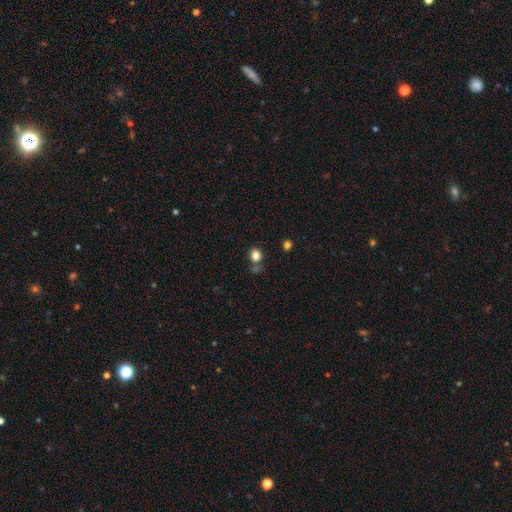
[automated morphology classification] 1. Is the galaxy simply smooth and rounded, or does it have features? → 82% smooth, 12% star or artifact, 6% featured or disk.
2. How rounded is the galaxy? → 62% round, 37% in between, 1% cigar-shaped.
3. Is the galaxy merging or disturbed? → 67% none, 16% merger, 13% minor disturbance, 5% major disturbance.